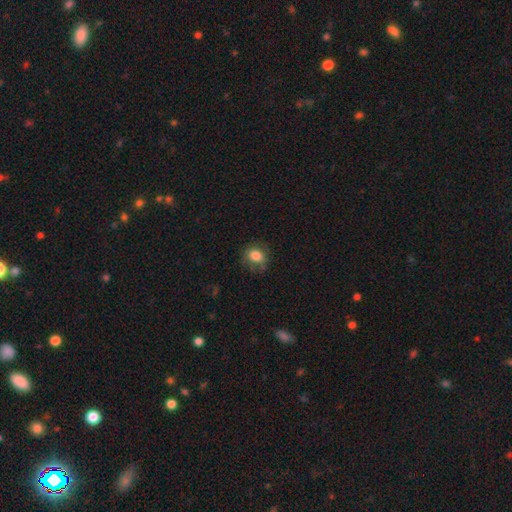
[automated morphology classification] Q: Smooth or featured?
A: smooth (80%); runner-up: featured or disk (10%)
Q: How rounded?
A: round (51%); runner-up: in between (48%)
Q: Merging?
A: none (68%); runner-up: minor disturbance (22%)